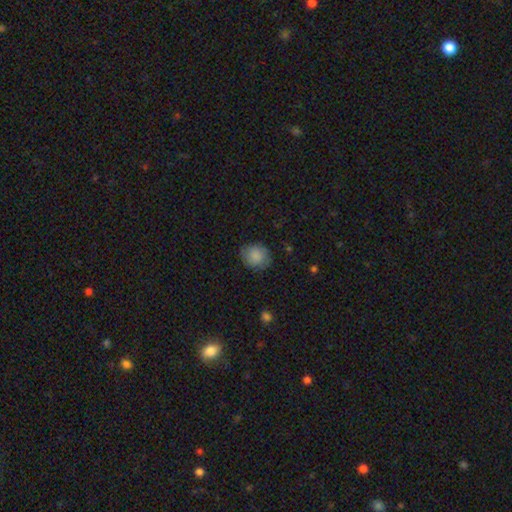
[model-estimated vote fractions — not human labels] Smooth or featured? Predicted: smooth (p=0.82). How rounded? Predicted: round (p=0.71). Merging? Predicted: none (p=0.78).